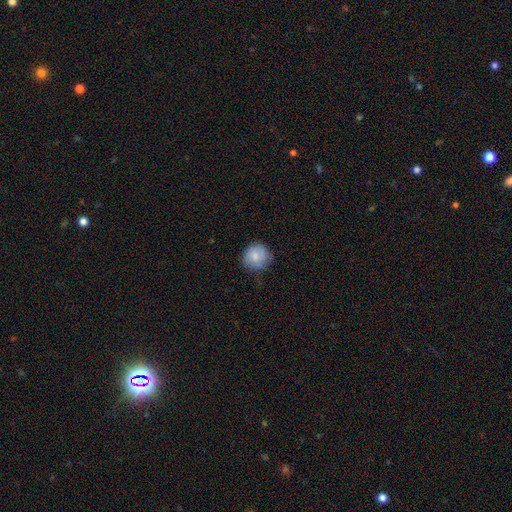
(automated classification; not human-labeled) Overall: smooth (79%). How rounded: round (87%). Merging: none (70%).